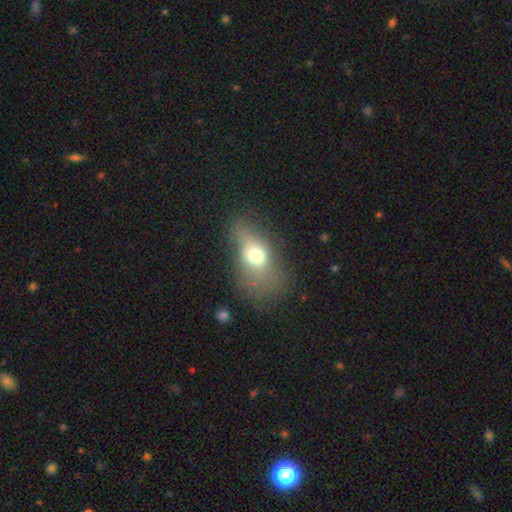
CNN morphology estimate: Smooth or featured? smooth (56%)
How rounded? in between (73%)
Merging? none (34%)